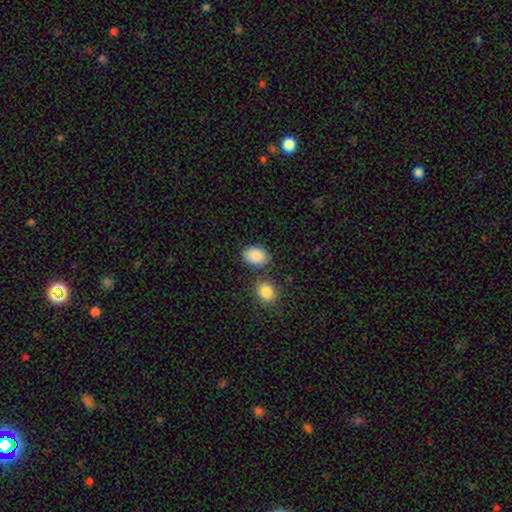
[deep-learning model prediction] Smooth or featured: smooth — 89% (star or artifact — 7%)
How rounded: in between — 80% (round — 19%)
Merging: none — 74% (minor disturbance — 14%)